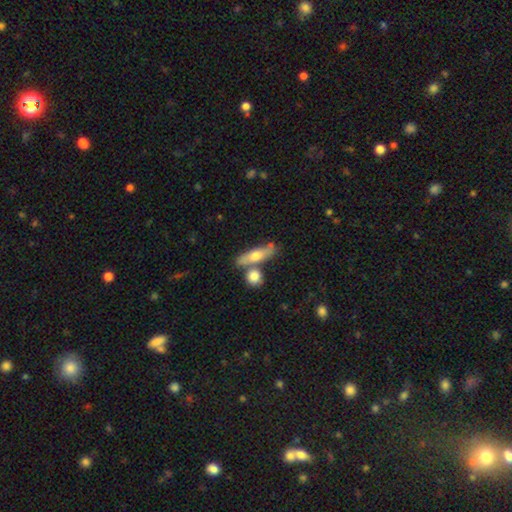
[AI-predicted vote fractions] Smooth or featured?
  - smooth: 58% *
  - featured or disk: 36%
  - star or artifact: 6%
How rounded?
  - cigar-shaped: 57% *
  - in between: 38%
  - round: 5%
Merging?
  - none: 59% *
  - merger: 25%
  - minor disturbance: 12%
  - major disturbance: 4%